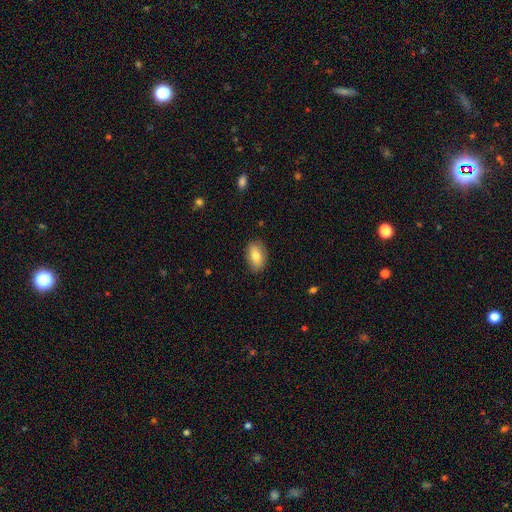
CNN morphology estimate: smooth-or-featured: smooth: 79% | featured or disk: 14% | star or artifact: 7%
  how-rounded: in between: 89% | round: 9% | cigar-shaped: 2%
  merging: none: 84% | minor disturbance: 12% | major disturbance: 3% | merger: 1%